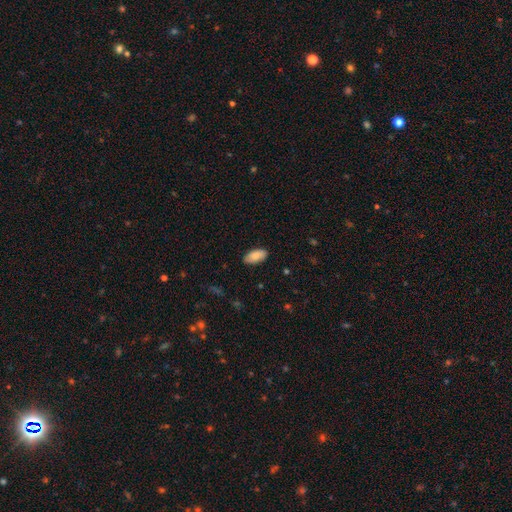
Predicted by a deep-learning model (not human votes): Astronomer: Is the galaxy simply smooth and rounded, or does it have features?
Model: smooth — 84%.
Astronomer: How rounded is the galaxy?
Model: in between — 93%.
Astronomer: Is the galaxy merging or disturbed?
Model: none — 87%.